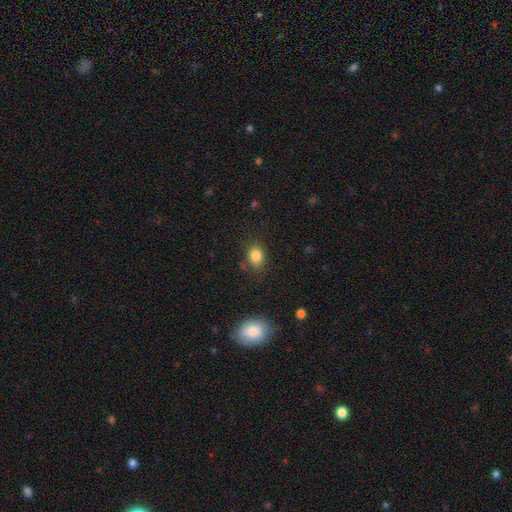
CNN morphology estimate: A smooth galaxy with no disk features (83%) that is in between round and cigar-shaped (62%).

Vote fractions:
- Smooth or featured? smooth: 83% / star or artifact: 11% / featured or disk: 6%
- How rounded? in between: 62% / round: 37% / cigar-shaped: 1%
- Merging? none: 77% / minor disturbance: 16% / major disturbance: 4% / merger: 3%